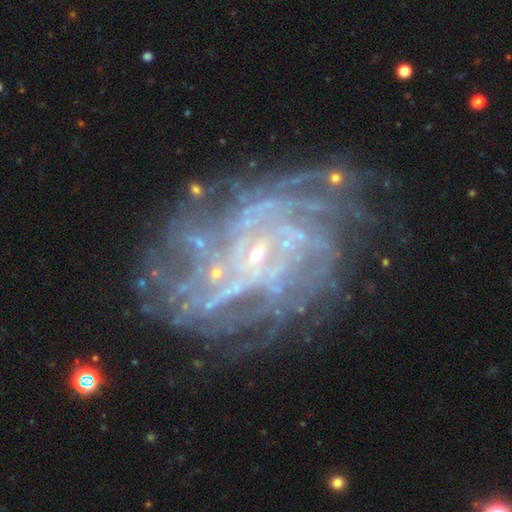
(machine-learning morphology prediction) Smooth or featured? Predicted: featured or disk (p=0.87). Edge-on disk? Predicted: no (p=0.98). Bar? Predicted: no (p=0.61). Spiral arms? Predicted: yes (p=0.93). Spiral winding? Predicted: tight (p=0.61). Spiral arm count? Predicted: can't tell (p=0.28). Bulge size? Predicted: small (p=0.83). Merging? Predicted: none (p=0.67).